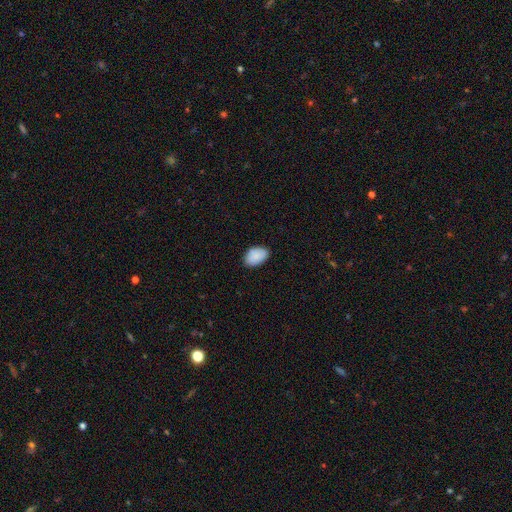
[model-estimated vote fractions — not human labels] smooth 90%, star or artifact 7%, featured or disk 4%. Down the decision tree: how rounded — in between (90%); merging — none (84%).